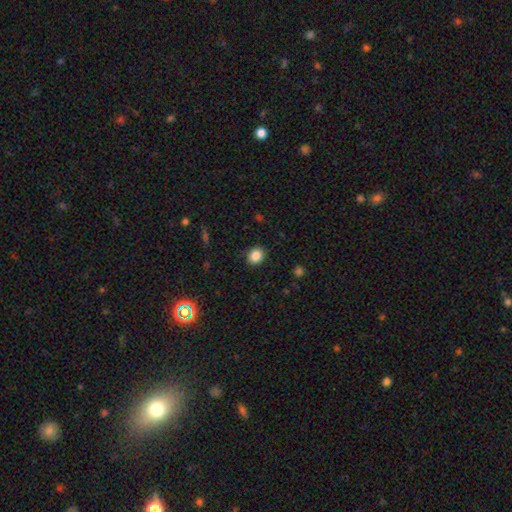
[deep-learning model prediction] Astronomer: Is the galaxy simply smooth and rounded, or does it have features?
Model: smooth — 86%.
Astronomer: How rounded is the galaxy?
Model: round — 65%.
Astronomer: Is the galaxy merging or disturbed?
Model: none — 89%.